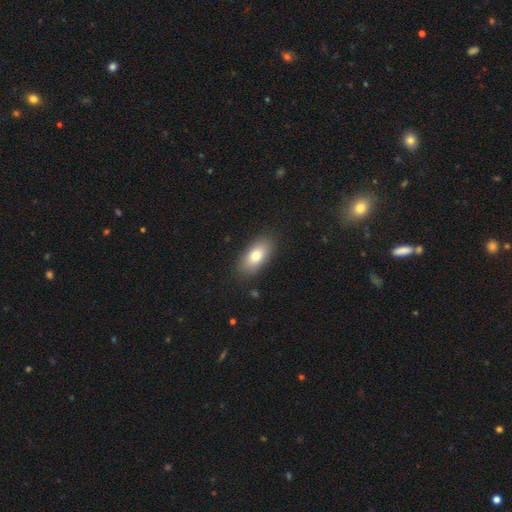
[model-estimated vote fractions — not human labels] Smooth or featured? smooth (78%)
How rounded? in between (88%)
Merging? none (86%)